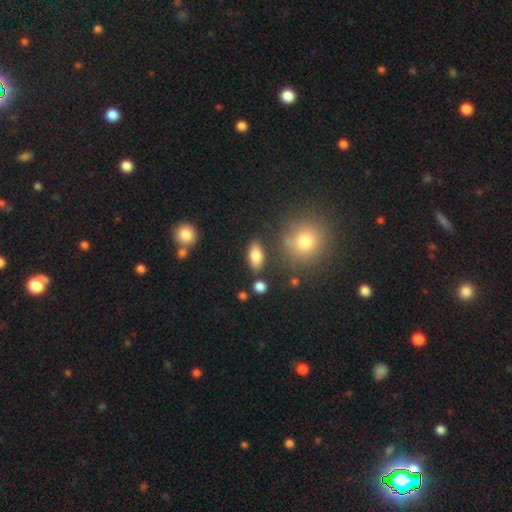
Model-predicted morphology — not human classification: Smooth or featured? Predicted: smooth (p=0.80). How rounded? Predicted: in between (p=0.87). Merging? Predicted: none (p=0.81).